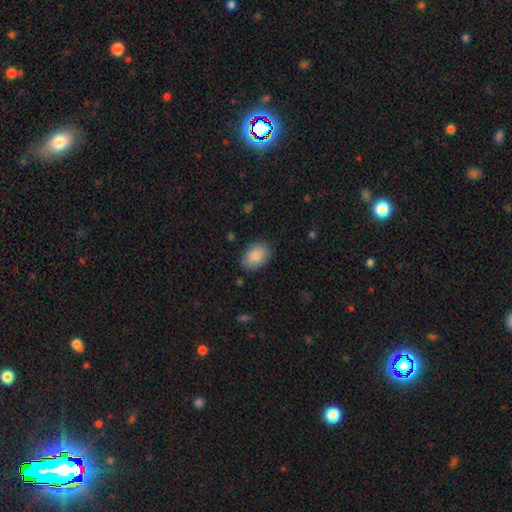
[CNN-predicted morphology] smooth 89%, star or artifact 7%, featured or disk 5%. Down the decision tree: how rounded — in between (83%); merging — none (85%).